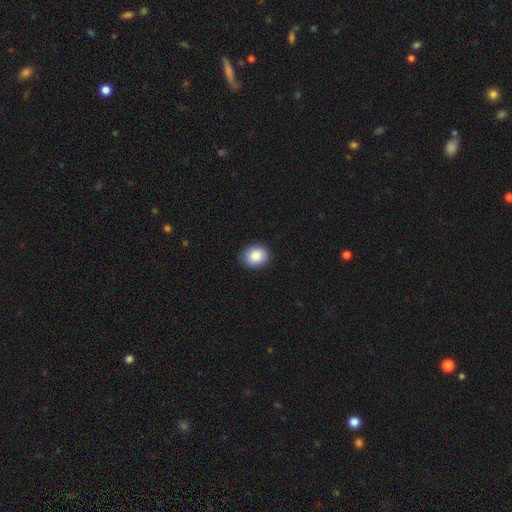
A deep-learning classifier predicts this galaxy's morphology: Smooth or featured? Predicted: smooth (p=0.86). How rounded? Predicted: round (p=0.54). Merging? Predicted: none (p=0.88).